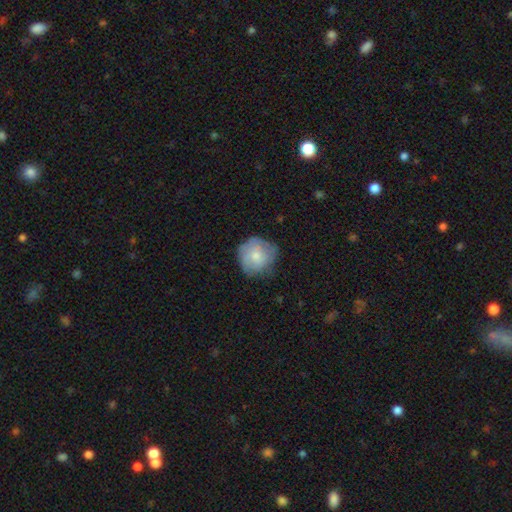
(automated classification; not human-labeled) This is likely a smooth galaxy (65%). How rounded: clearly round (88%). Merging: likely none (64%).